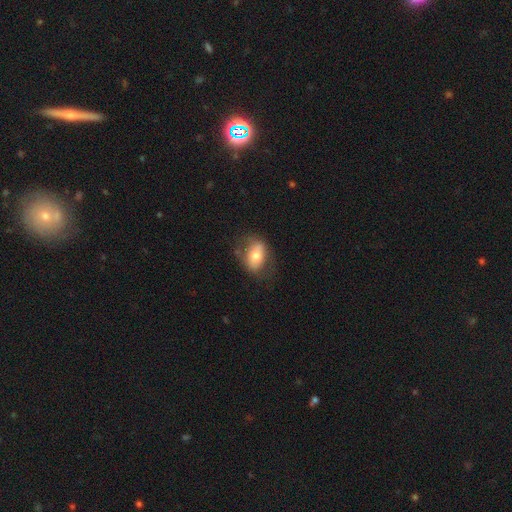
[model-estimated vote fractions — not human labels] Smooth or featured? smooth (65%)
How rounded? in between (82%)
Merging? none (66%)